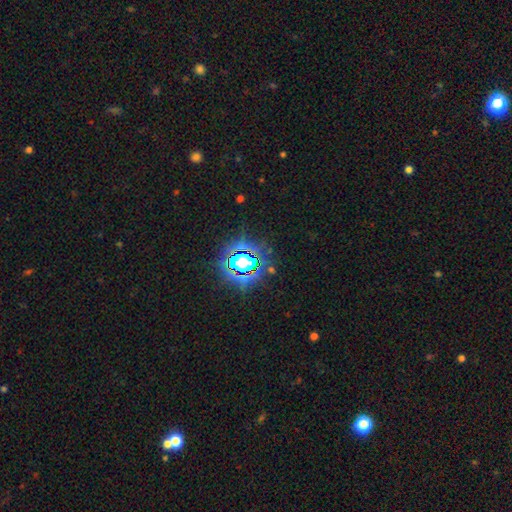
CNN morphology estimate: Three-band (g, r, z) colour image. It shows a star or artifact, not a galaxy (82%).